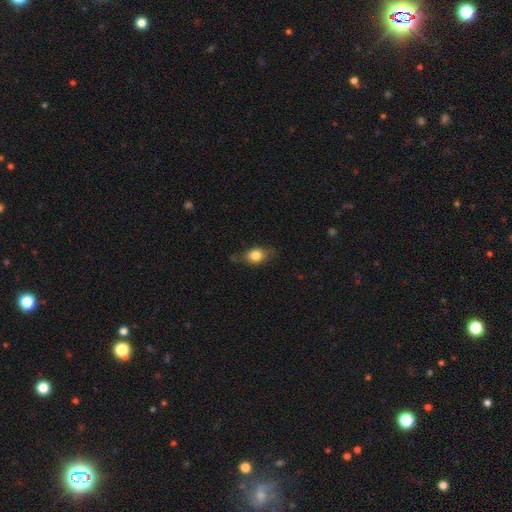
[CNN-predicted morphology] The model was most divided on "how rounded": in between: 66%, round: 29%, cigar-shaped: 4%. More confident: smooth or featured — smooth (78%); merging — none (70%).